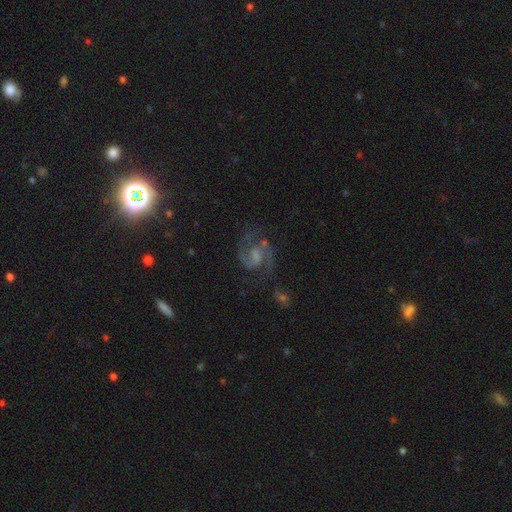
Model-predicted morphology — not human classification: Q: Smooth or featured?
A: featured or disk (84%); runner-up: star or artifact (10%)
Q: Edge-on disk?
A: no (98%); runner-up: yes (2%)
Q: Bar?
A: weak (51%); runner-up: no (31%)
Q: Spiral arms?
A: yes (97%); runner-up: no (3%)
Q: Spiral winding?
A: medium (61%); runner-up: loose (20%)
Q: Spiral arm count?
A: 2 (91%); runner-up: can't tell (3%)
Q: Bulge size?
A: none (33%); runner-up: small (32%)
Q: Merging?
A: none (72%); runner-up: minor disturbance (15%)